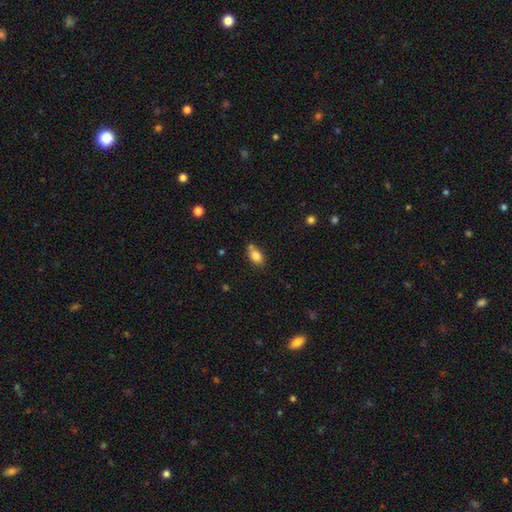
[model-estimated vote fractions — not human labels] Smooth or featured: smooth — 83% (star or artifact — 9%)
How rounded: in between — 84% (round — 14%)
Merging: none — 65% (minor disturbance — 16%)